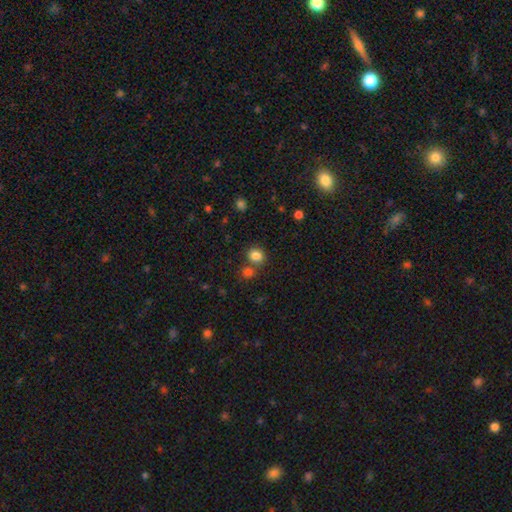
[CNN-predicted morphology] This appears to be a smooth galaxy with no disk features (82%) that is round (74%). Merging: none (66%).